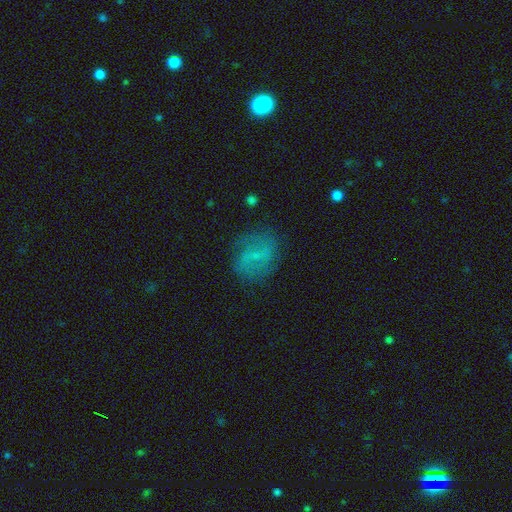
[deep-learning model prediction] Smooth or featured?
  - featured or disk: 46% *
  - smooth: 41%
  - star or artifact: 13%
Merging?
  - none: 73% *
  - minor disturbance: 17%
  - major disturbance: 8%
  - merger: 2%